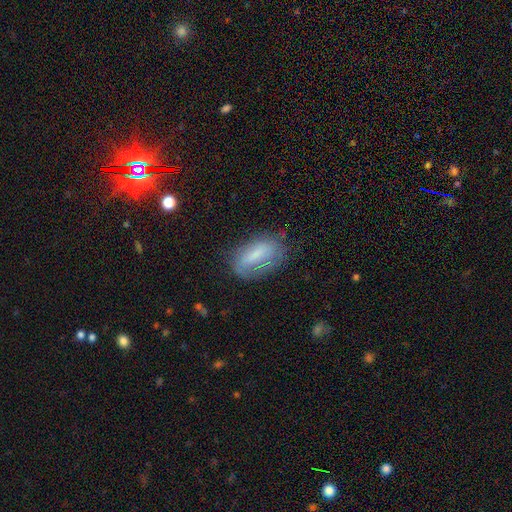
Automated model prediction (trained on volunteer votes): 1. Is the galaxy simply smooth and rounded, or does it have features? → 64% smooth, 27% featured or disk, 9% star or artifact.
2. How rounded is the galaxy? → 84% in between, 12% cigar-shaped, 4% round.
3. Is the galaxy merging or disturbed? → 62% none, 25% minor disturbance, 11% major disturbance, 2% merger.